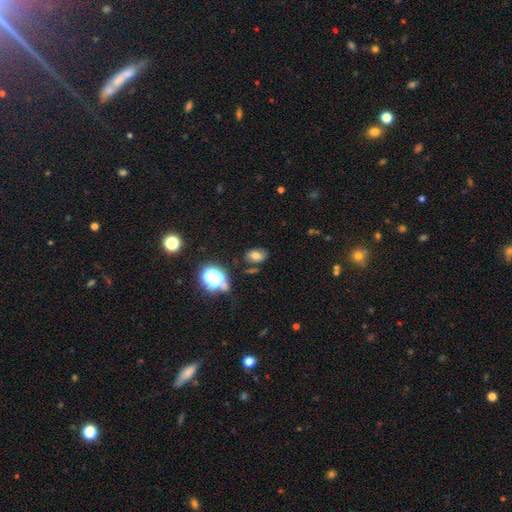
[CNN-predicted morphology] A smooth galaxy with no disk features (63%) that is in between round and cigar-shaped (81%).

Vote fractions:
- Smooth or featured? smooth: 63% / star or artifact: 21% / featured or disk: 16%
- How rounded? in between: 81% / round: 18% / cigar-shaped: 2%
- Merging? none: 74% / minor disturbance: 16% / major disturbance: 5% / merger: 4%